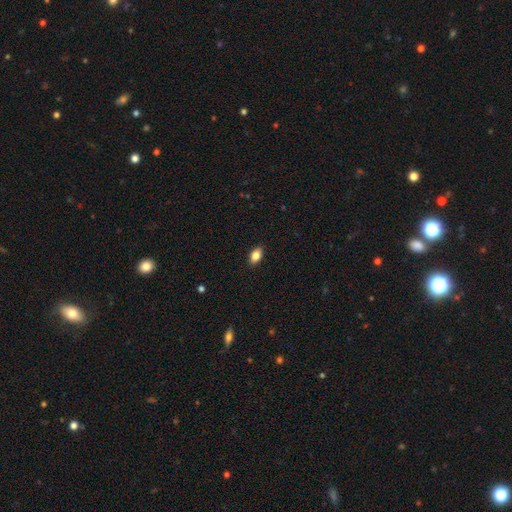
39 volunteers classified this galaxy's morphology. A smooth galaxy with no disk features (77%) that is in between round and cigar-shaped (87%).

Vote fractions:
- Smooth or featured? smooth: 77% / featured or disk: 13% / star or artifact: 10%
- How rounded? in between: 87% / round: 13% / cigar-shaped: 0%
- Merging? none: 77% / minor disturbance: 20% / merger: 3% / major disturbance: 0%